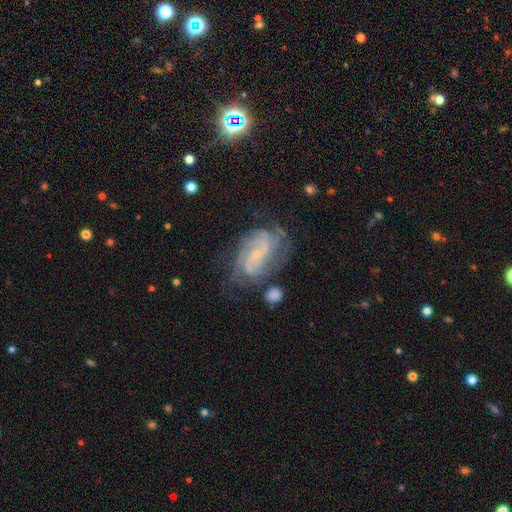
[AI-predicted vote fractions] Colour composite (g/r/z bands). It shows a featured or disk galaxy (82%) with no bar (45%), 2 (35%) tight (49%) spiral arms (95%) and a small central bulge (79%). Merging: none (62%).